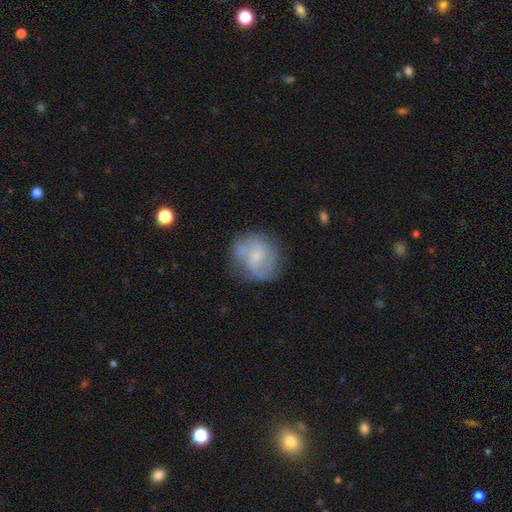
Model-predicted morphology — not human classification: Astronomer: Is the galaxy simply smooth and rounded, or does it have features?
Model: featured or disk — 58% (runner-up: smooth, 34%).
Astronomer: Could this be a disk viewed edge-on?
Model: no — 98%.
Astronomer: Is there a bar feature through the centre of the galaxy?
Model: weak — 48% (runner-up: no, 42%).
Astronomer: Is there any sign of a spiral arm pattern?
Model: yes — 77%.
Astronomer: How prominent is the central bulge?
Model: small — 61%.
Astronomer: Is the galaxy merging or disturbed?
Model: none — 65%.